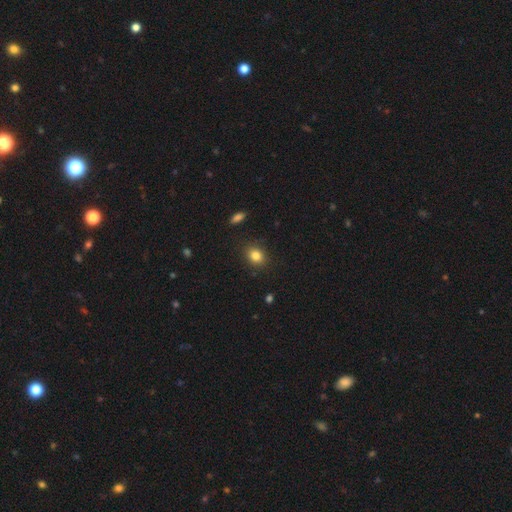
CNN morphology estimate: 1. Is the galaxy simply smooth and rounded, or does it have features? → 83% smooth, 11% star or artifact, 6% featured or disk.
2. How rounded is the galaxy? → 58% round, 41% in between, 1% cigar-shaped.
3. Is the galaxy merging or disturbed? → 87% none, 9% minor disturbance, 2% major disturbance, 1% merger.